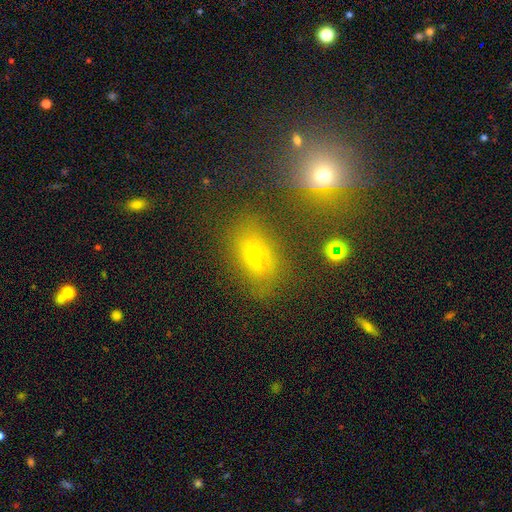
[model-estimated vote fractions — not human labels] Smooth or featured?
  - smooth: 53% *
  - star or artifact: 24%
  - featured or disk: 23%
How rounded?
  - in between: 78% *
  - round: 15%
  - cigar-shaped: 6%
Merging?
  - none: 68% *
  - minor disturbance: 17%
  - major disturbance: 9%
  - merger: 6%